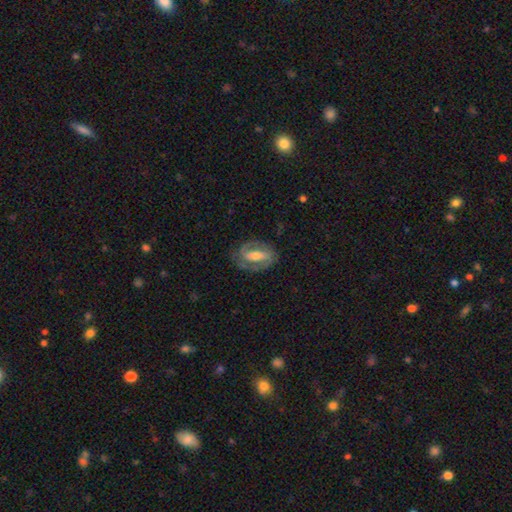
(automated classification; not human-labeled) smooth-or-featured: featured or disk: 74% | smooth: 20% | star or artifact: 5%
  disk-edge-on: no: 93% | yes: 7%
    bar: strong: 53% | weak: 30% | no: 17%
    has-spiral-arms: yes: 80% | no: 20%
      spiral-winding: medium: 43% | tight: 41% | loose: 16%
      spiral-arm-count: 2: 81% | can't tell: 9% | 1: 6% | 3: 1% | 4: 1% | more than 4: 1%
    bulge-size: moderate: 59% | small: 30% | large: 7% | none: 2% | dominant: 1%
  merging: none: 76% | minor disturbance: 15% | major disturbance: 7% | merger: 1%